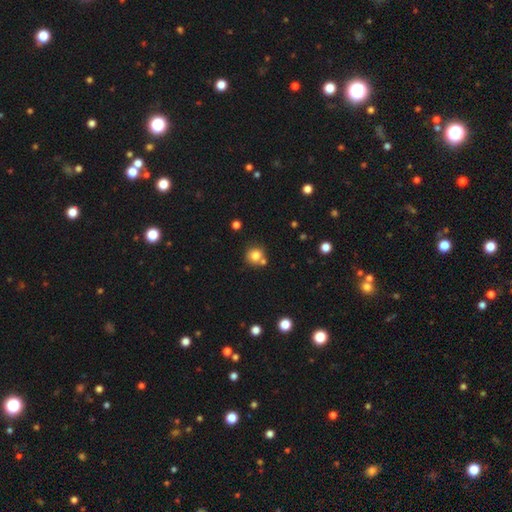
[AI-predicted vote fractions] Morphology: type=smooth (80%); roundness=round (89%); merging=none (68%).